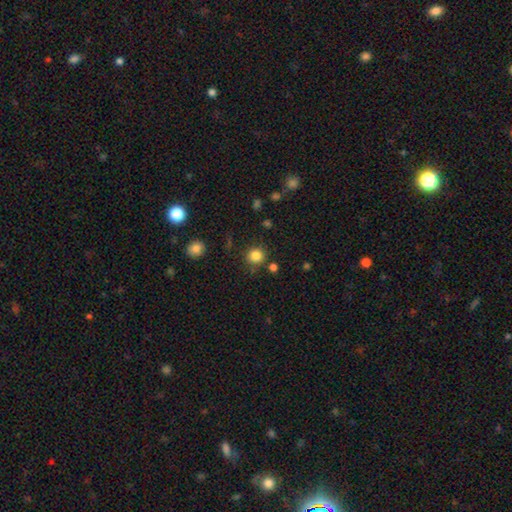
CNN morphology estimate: The model was most divided on "smooth or featured": smooth: 84%, star or artifact: 11%, featured or disk: 4%. More confident: how rounded — round (91%); merging — none (84%).